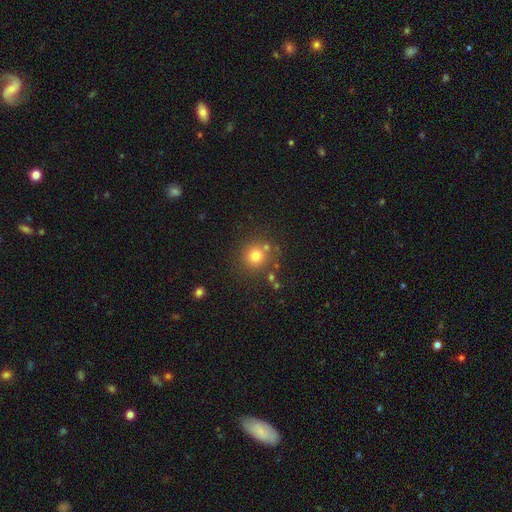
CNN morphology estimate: A smooth galaxy with no disk features (75%) that is round (91%). Merging: none (77%).